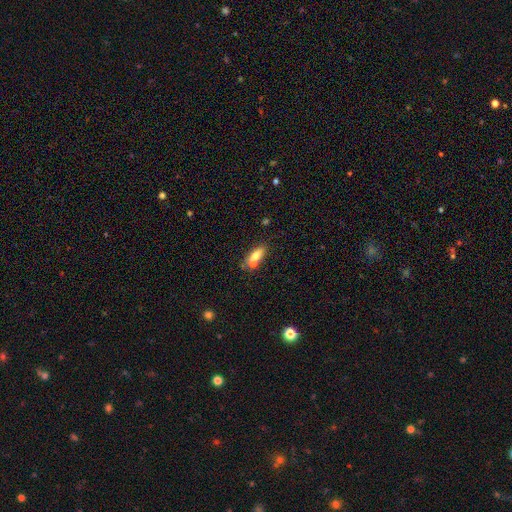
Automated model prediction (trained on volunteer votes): Smooth or featured? smooth (71%)
How rounded? in between (75%)
Merging? none (49%)